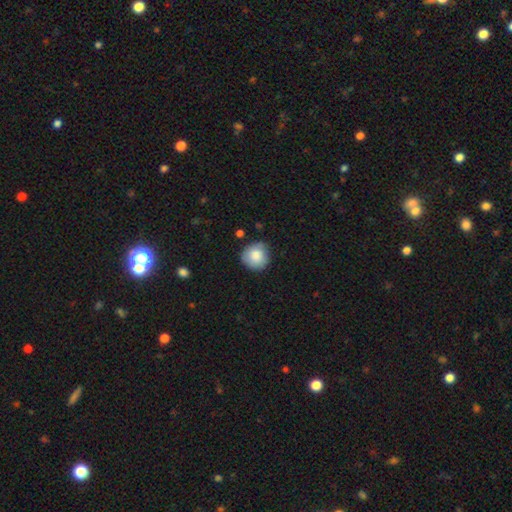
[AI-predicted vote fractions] This is clearly a smooth galaxy (83%). How rounded: clearly round (91%). Merging: likely none (78%).